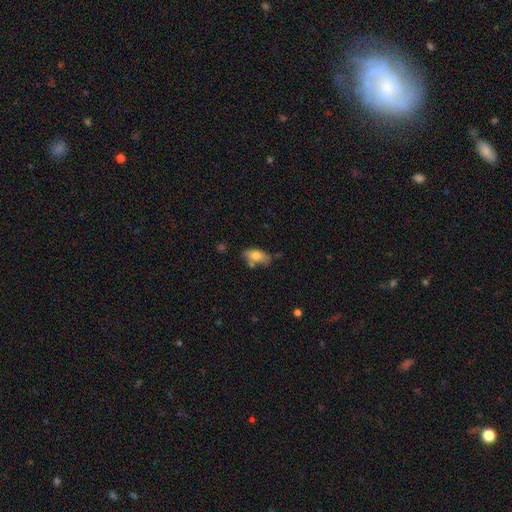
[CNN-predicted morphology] Overall: smooth (77%). How rounded: in between (88%). Merging: none (59%; minor disturbance 23%).